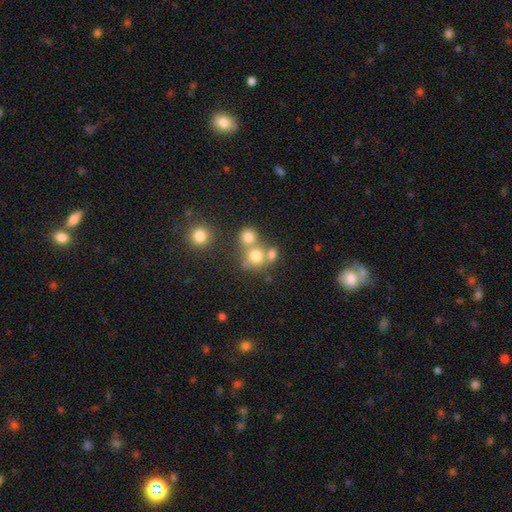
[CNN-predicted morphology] This is likely a smooth galaxy (73%). How rounded: clearly round (84%). Merging: possibly none (50%).